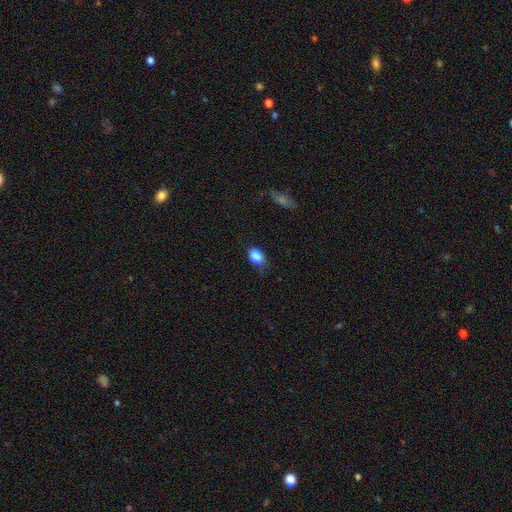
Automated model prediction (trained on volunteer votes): Overall: smooth (86%). How rounded: in between (80%). Merging: none (60%; minor disturbance 30%).